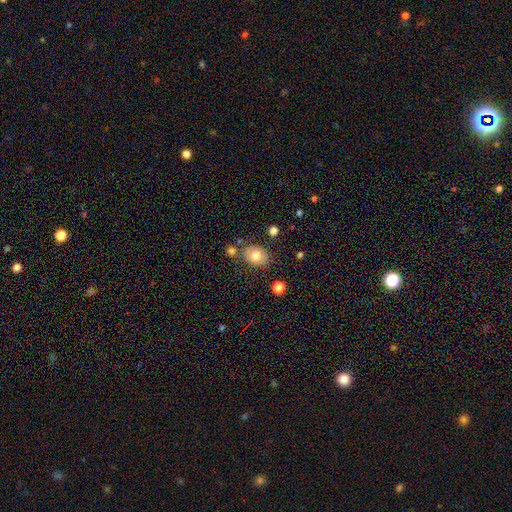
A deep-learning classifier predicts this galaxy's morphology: Smooth or featured?
  - smooth: 79% *
  - featured or disk: 12%
  - star or artifact: 9%
How rounded?
  - in between: 56% *
  - round: 43%
  - cigar-shaped: 1%
Merging?
  - none: 74% *
  - minor disturbance: 14%
  - merger: 7%
  - major disturbance: 4%